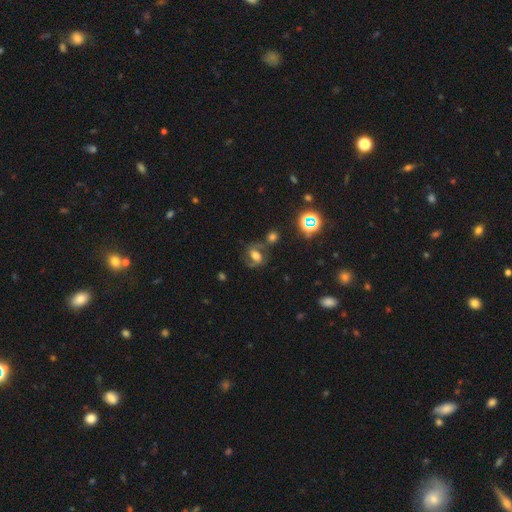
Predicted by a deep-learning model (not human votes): A featured or disk galaxy (56%) with a weak bar (41%), spiral arms (80%) and a moderate central bulge (50%). Merging: none (59%).